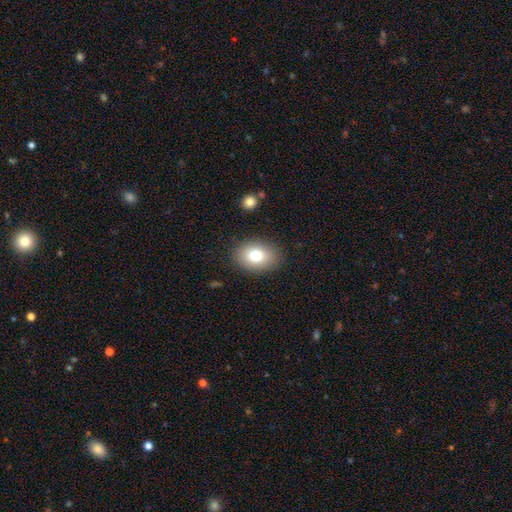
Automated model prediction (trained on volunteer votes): Q: Smooth or featured?
A: smooth (77%); runner-up: featured or disk (13%)
Q: How rounded?
A: in between (72%); runner-up: round (27%)
Q: Merging?
A: none (87%); runner-up: minor disturbance (9%)